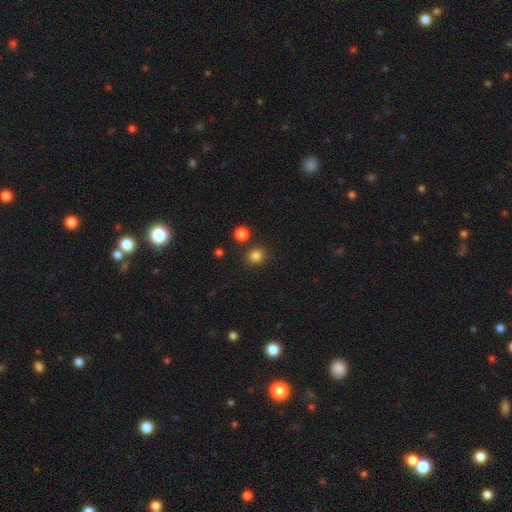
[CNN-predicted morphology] smooth 82%, star or artifact 14%, featured or disk 4%. Down the decision tree: how rounded — round (83%); merging — none (84%).